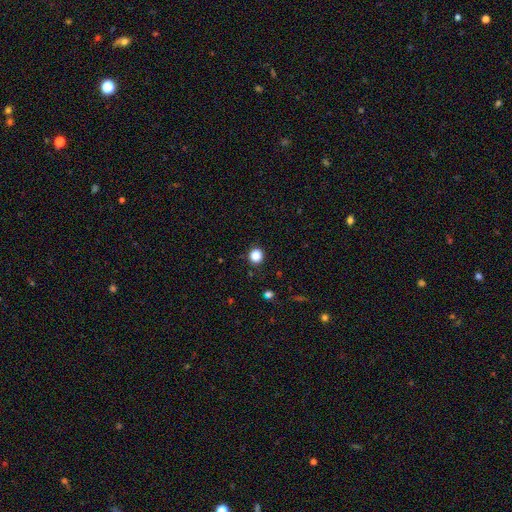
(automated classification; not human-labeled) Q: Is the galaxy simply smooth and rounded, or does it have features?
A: smooth — 86%.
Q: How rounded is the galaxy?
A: round — 87%.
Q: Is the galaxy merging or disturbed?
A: none — 90%.